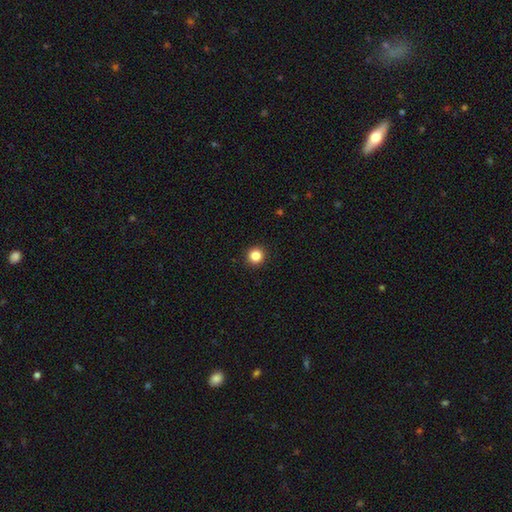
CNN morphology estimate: The model was most divided on "smooth or featured": smooth: 85%, star or artifact: 12%, featured or disk: 4%. More confident: how rounded — round (95%); merging — none (93%).